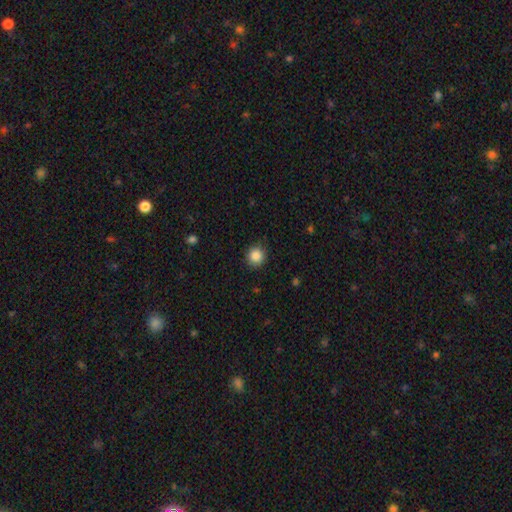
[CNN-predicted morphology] A smooth galaxy with no disk features (87%) that is round (91%). Merging: none (87%).